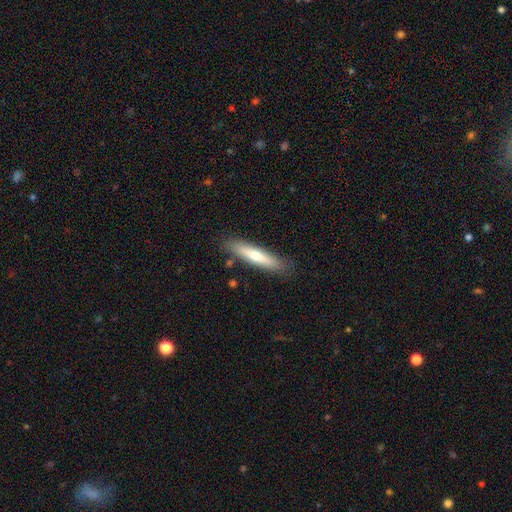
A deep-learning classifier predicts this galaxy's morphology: This is possibly a smooth galaxy (57%). How rounded: clearly cigar-shaped (87%). Merging: clearly none (87%).